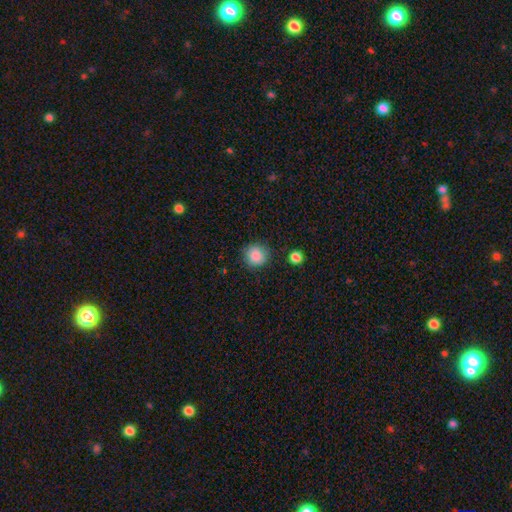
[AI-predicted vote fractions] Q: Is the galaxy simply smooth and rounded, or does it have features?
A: smooth — 87%.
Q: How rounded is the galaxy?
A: round — 92%.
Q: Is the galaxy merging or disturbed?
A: none — 85%.